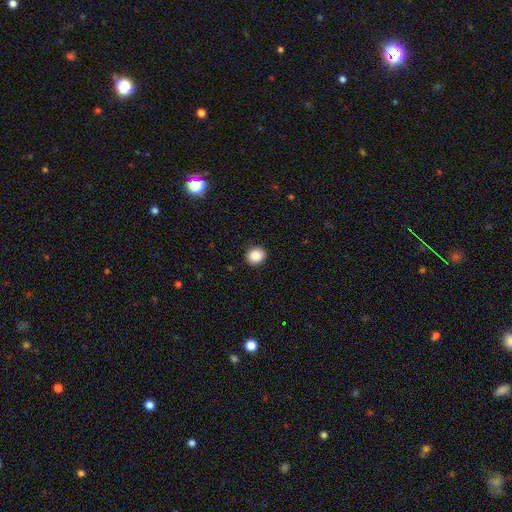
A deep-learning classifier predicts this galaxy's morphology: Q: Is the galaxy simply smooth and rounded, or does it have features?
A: smooth — 89%.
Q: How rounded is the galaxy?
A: round — 77%.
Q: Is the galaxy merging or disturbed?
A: none — 91%.